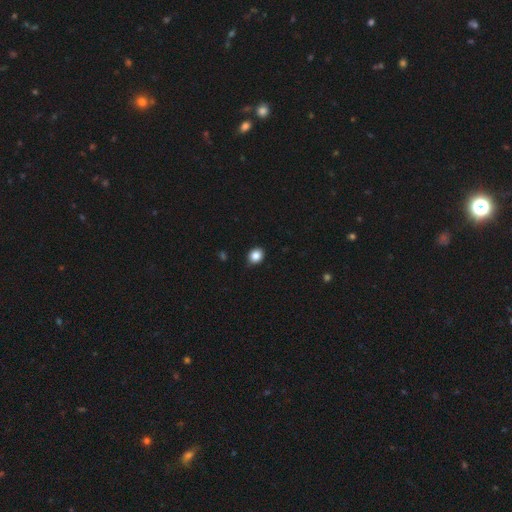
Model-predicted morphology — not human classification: This is clearly a smooth galaxy (86%). How rounded: likely round (61%). Merging: clearly none (87%).